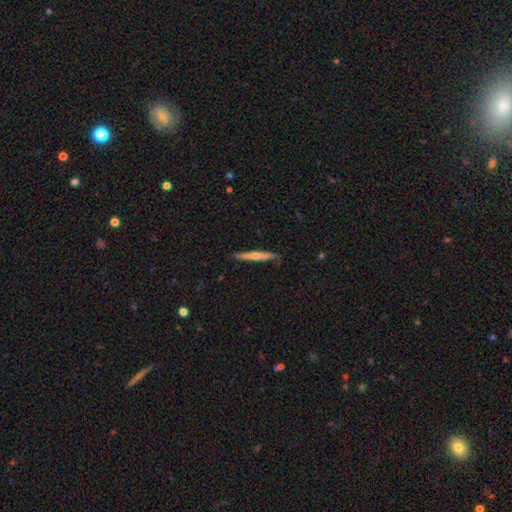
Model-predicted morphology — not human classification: Smooth or featured?
  - smooth: 53% *
  - featured or disk: 42%
  - star or artifact: 6%
How rounded?
  - cigar-shaped: 95% *
  - in between: 4%
  - round: 1%
Merging?
  - none: 88% *
  - minor disturbance: 9%
  - major disturbance: 2%
  - merger: 1%